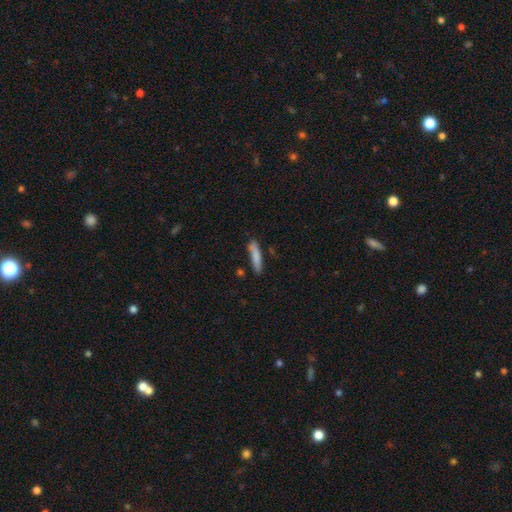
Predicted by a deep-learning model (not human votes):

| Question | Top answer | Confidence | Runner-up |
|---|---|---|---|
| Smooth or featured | smooth | 81% | featured or disk (12%) |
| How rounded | cigar-shaped | 88% | in between (10%) |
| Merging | none | 75% | minor disturbance (17%) |